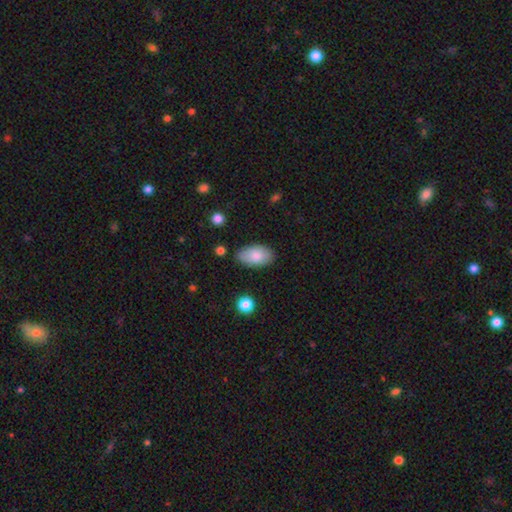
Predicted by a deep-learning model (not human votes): Overall: smooth (83%). How rounded: in between (95%). Merging: none (79%).